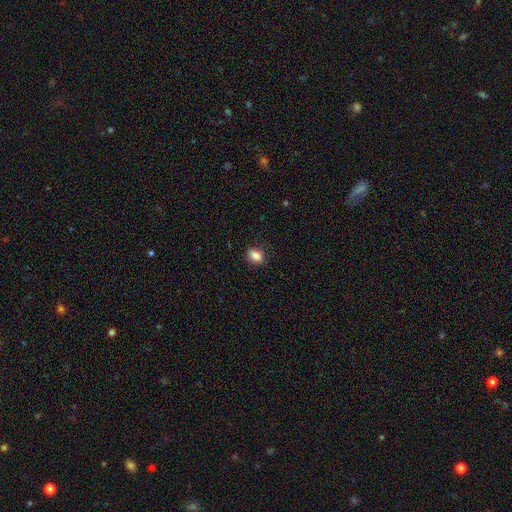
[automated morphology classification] This appears to be a smooth galaxy with no disk features (87%) that is in between round and cigar-shaped (76%). Merging: none (83%).